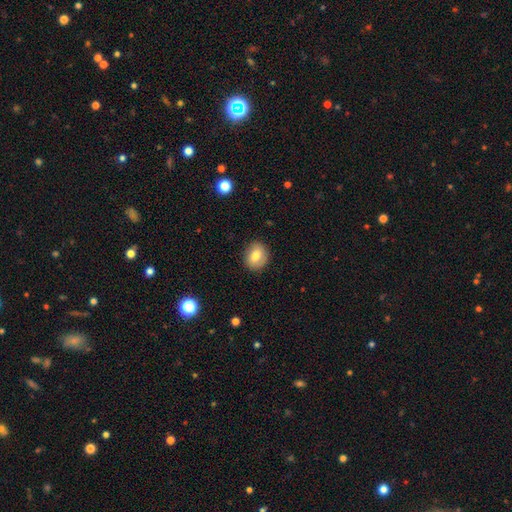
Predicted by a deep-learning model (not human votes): smooth_or_featured: smooth (p=0.76) [alt: featured or disk p=0.16]
how_rounded: round (p=0.56) [alt: in between p=0.43]
merging: none (p=0.86) [alt: minor disturbance p=0.10]